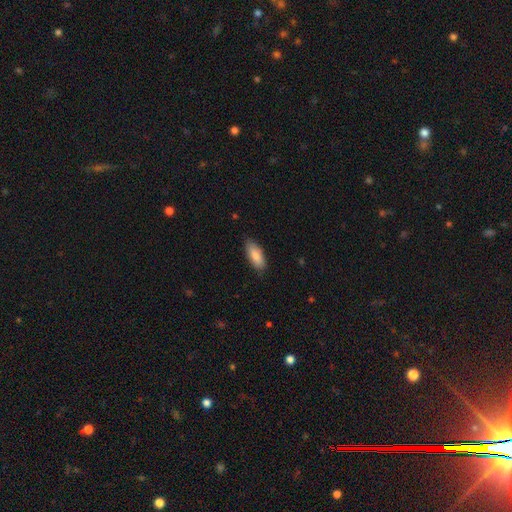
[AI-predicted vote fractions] Morphology: type=smooth (83%); roundness=in between (81%); merging=none (81%).